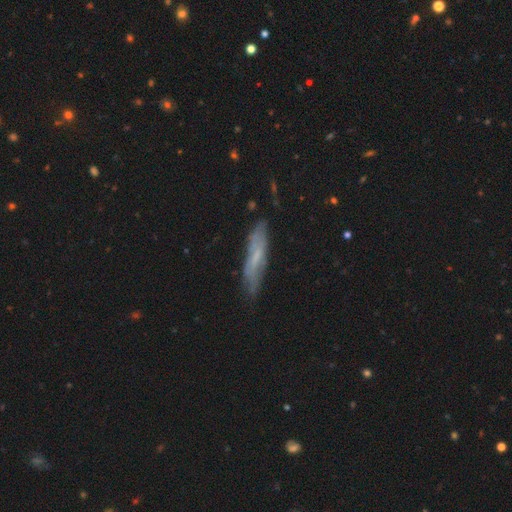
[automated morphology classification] Overall: featured or disk (50%; smooth 42%). Edge-on disk: yes (55%; no 45%). Merging: none (72%).